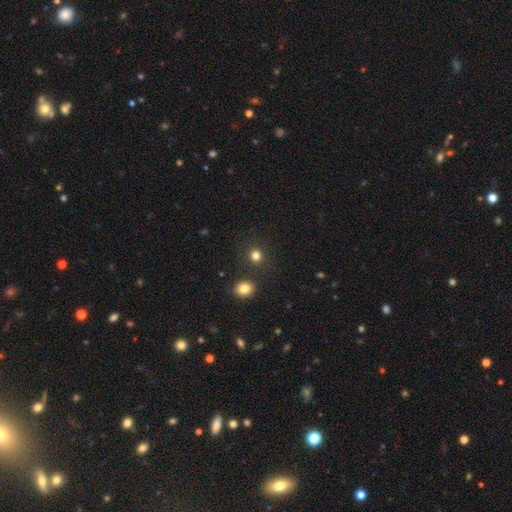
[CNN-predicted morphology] This appears to be a smooth galaxy with no disk features (81%) that is round (85%). Merging: none (84%).